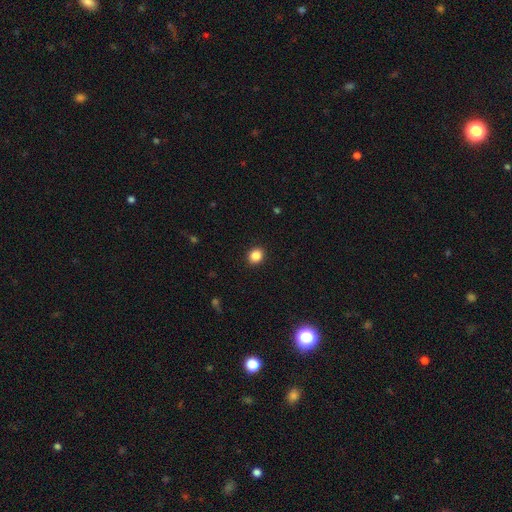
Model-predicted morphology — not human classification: Q: Smooth or featured?
A: smooth (86%); runner-up: star or artifact (10%)
Q: How rounded?
A: round (63%); runner-up: in between (36%)
Q: Merging?
A: none (91%); runner-up: minor disturbance (6%)